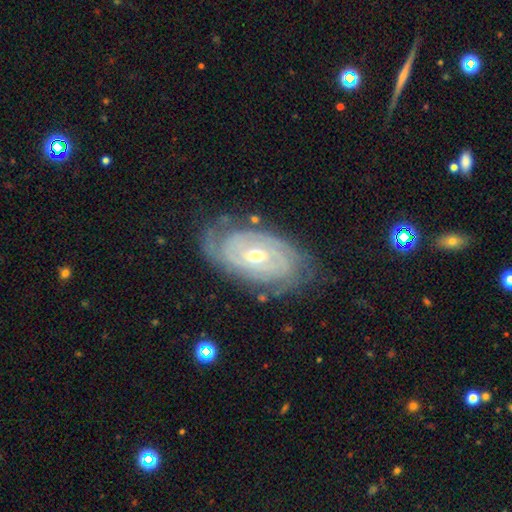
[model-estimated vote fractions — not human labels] Overall: featured or disk (88%). Edge-on disk: no (95%). Bar: no (52%; weak 34%). Spiral arms: yes (96%). Spiral arm count: 2 (36%; can't tell 29%). Spiral winding: tight (79%). Bulge size: moderate (57%; small 40%). Merging: none (76%).